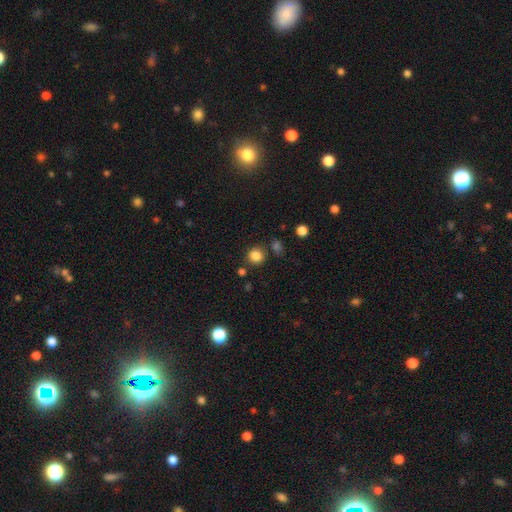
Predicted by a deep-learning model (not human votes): Morphology: type=smooth (84%); roundness=round (88%); merging=none (80%).